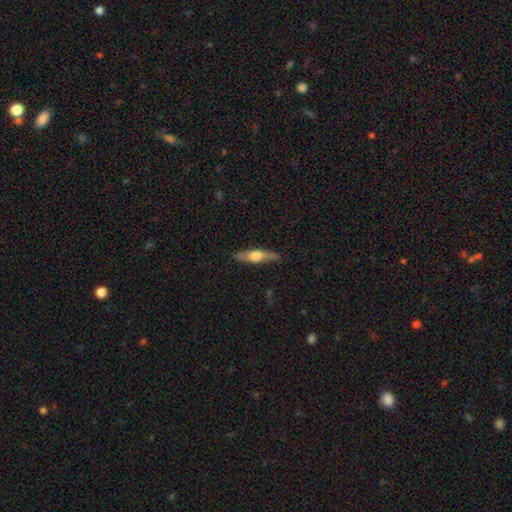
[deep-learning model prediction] A featured or disk galaxy (48%).

Vote fractions:
- Smooth or featured? featured or disk: 48% / smooth: 47% / star or artifact: 5%
- Merging? none: 87% / minor disturbance: 10% / major disturbance: 2% / merger: 1%